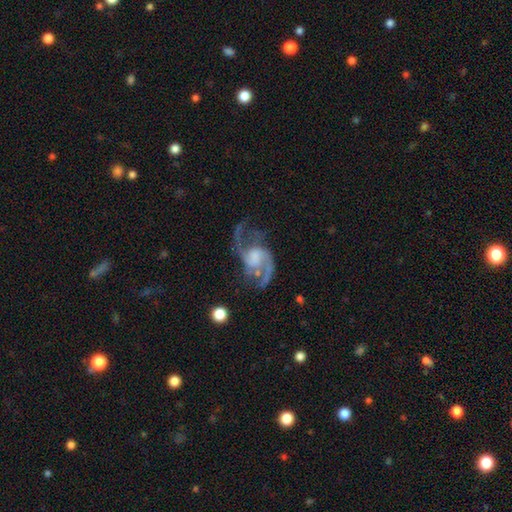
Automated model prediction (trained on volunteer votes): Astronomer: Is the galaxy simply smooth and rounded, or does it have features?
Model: featured or disk — 89%.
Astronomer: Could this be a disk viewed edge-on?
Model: no — 98%.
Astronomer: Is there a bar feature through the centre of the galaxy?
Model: no — 48% (runner-up: weak, 42%).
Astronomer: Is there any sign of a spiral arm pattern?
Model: yes — 97%.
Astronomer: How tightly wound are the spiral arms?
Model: loose — 47% (runner-up: medium, 45%).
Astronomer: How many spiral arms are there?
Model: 2 — 85%.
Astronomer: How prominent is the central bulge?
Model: none — 30% (runner-up: moderate, 29%).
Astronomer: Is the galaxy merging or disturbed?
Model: none — 62%.